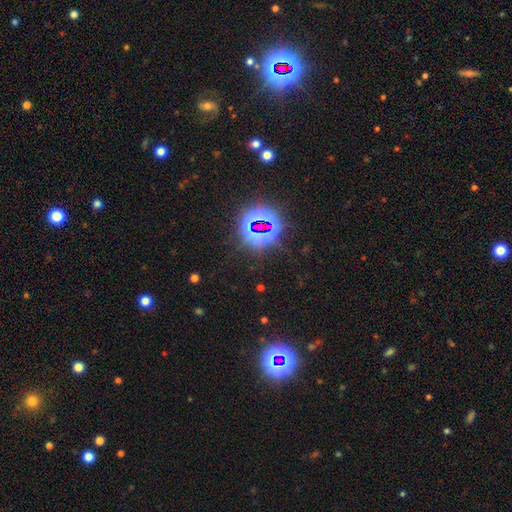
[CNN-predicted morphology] The model was most divided on "smooth or featured": star or artifact: 81%, smooth: 11%, featured or disk: 7%.